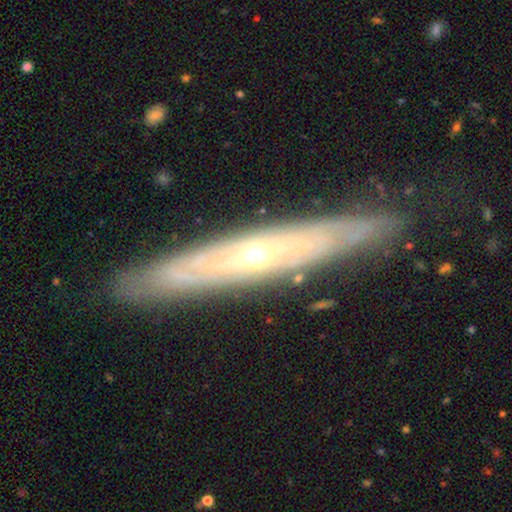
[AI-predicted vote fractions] Overall: featured or disk (76%). Edge-on disk: yes (67%; no 33%). Edge-on bulge: rounded (71%). Merging: none (84%).